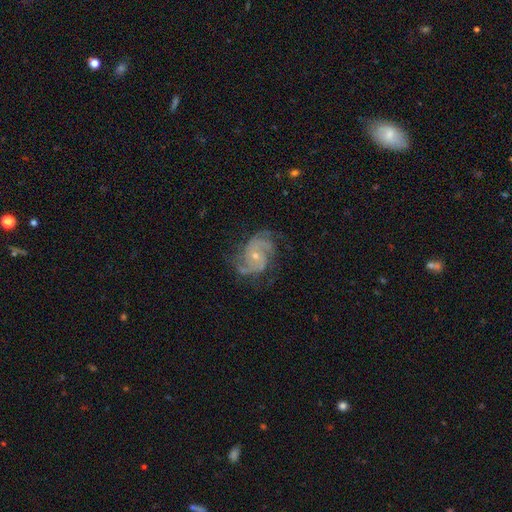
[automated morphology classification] A featured or disk galaxy (88%) with no bar (64%), 2 (48%) medium (50%) spiral arms (97%) and a small central bulge (69%). Merging: none (69%).